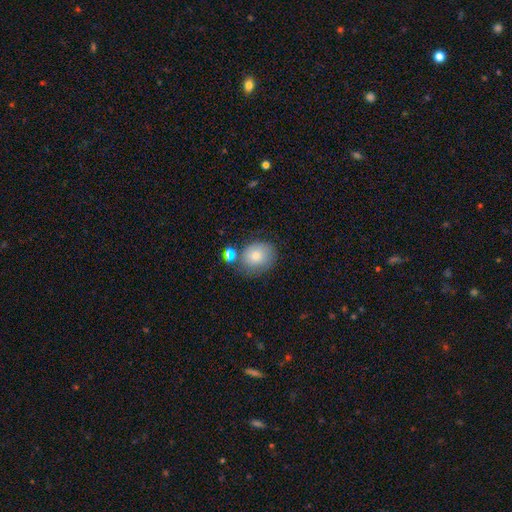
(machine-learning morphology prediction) Smooth or featured: smooth — 78% (featured or disk — 13%)
How rounded: round — 58% (in between — 41%)
Merging: none — 64% (minor disturbance — 20%)